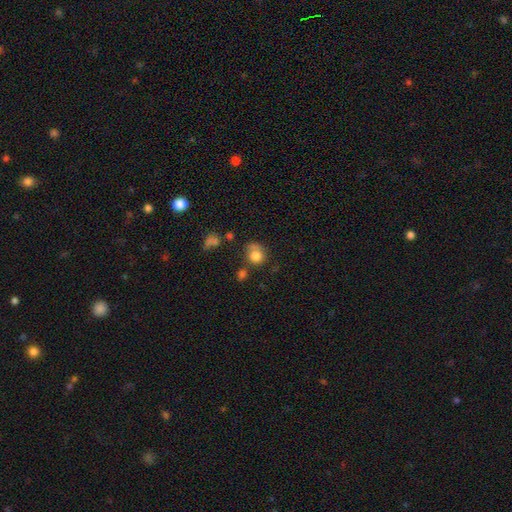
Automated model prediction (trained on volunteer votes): Smooth or featured?
  - smooth: 79% *
  - featured or disk: 11%
  - star or artifact: 10%
How rounded?
  - round: 77% *
  - in between: 22%
  - cigar-shaped: 1%
Merging?
  - none: 48% *
  - minor disturbance: 24%
  - major disturbance: 15%
  - merger: 13%